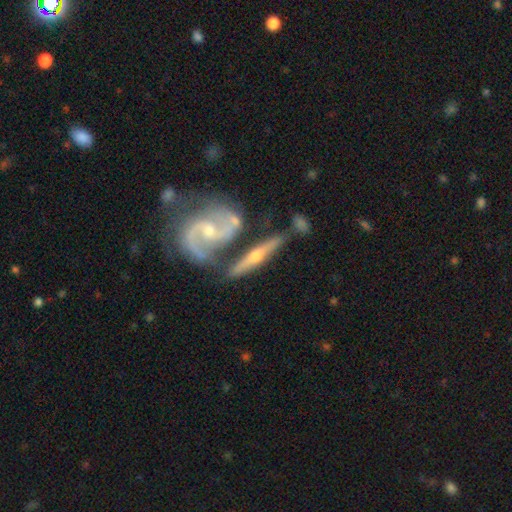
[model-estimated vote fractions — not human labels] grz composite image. It shows a featured or disk galaxy (81%) viewed edge-on (75%) with a rounded central bulge (91%). Merging: none (59%).